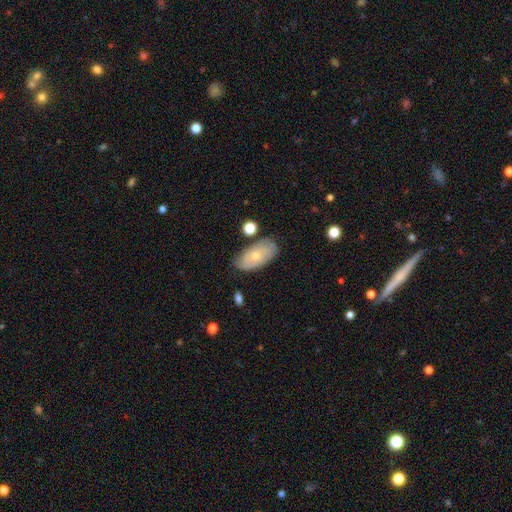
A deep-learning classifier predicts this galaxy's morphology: smooth-or-featured: smooth: 53% | featured or disk: 41% | star or artifact: 7%
  how-rounded: in between: 92% | round: 4% | cigar-shaped: 4%
  merging: none: 73% | minor disturbance: 19% | major disturbance: 4% | merger: 4%